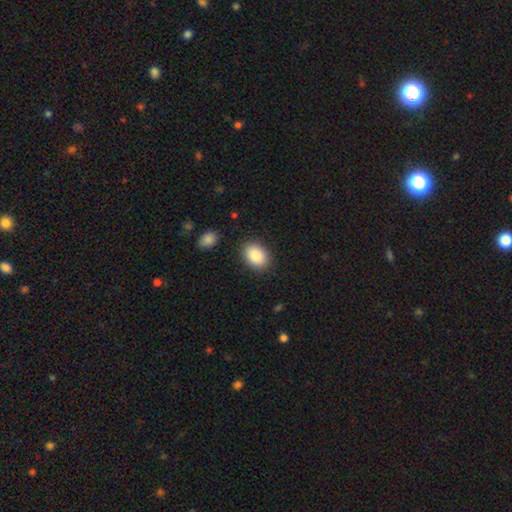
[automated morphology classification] Smooth or featured?
  - smooth: 88% *
  - star or artifact: 7%
  - featured or disk: 5%
How rounded?
  - in between: 79% *
  - round: 20%
  - cigar-shaped: 1%
Merging?
  - none: 87% *
  - minor disturbance: 9%
  - major disturbance: 2%
  - merger: 2%